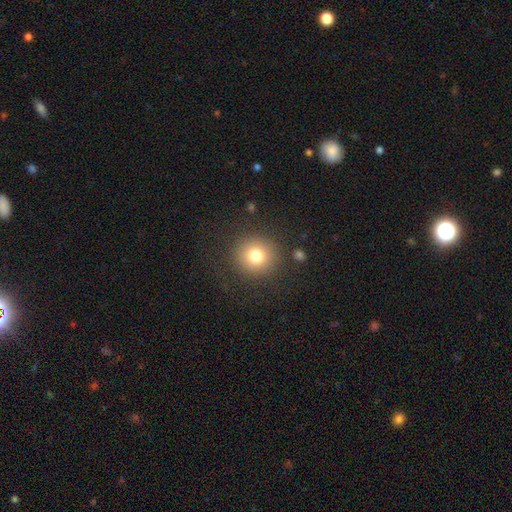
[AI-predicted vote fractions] smooth 78%, star or artifact 12%, featured or disk 10%. Down the decision tree: how rounded — round (93%); merging — none (87%).